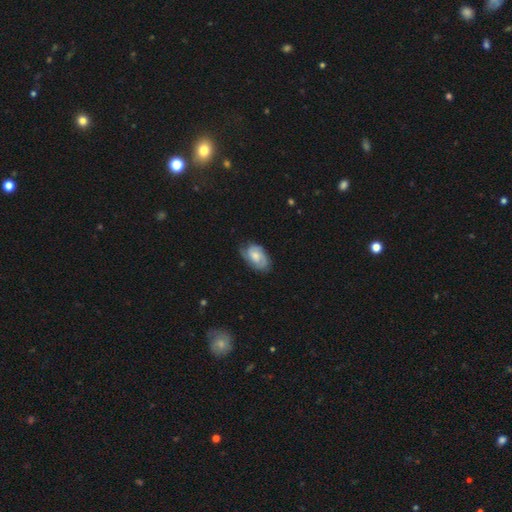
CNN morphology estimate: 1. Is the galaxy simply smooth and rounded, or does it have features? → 67% featured or disk, 27% smooth, 6% star or artifact.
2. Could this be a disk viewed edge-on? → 96% no, 4% yes.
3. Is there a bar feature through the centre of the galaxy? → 63% no, 32% weak, 5% strong.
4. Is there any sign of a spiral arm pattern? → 92% yes, 8% no.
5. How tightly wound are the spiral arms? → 52% tight, 37% medium, 10% loose.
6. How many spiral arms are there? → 57% 2, 19% can't tell, 14% 3, 5% 1, 3% 4, 2% more than 4.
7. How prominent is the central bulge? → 54% moderate, 28% small, 9% large, 7% none, 1% dominant.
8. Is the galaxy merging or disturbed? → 71% none, 22% minor disturbance, 6% major disturbance, 1% merger.